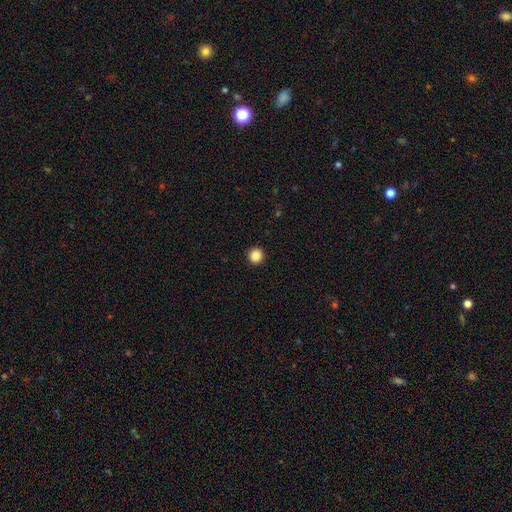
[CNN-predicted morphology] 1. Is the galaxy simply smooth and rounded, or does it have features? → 87% smooth, 10% star or artifact, 3% featured or disk.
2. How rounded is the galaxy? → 93% round, 6% in between, 1% cigar-shaped.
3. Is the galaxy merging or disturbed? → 93% none, 4% minor disturbance, 2% major disturbance, 1% merger.